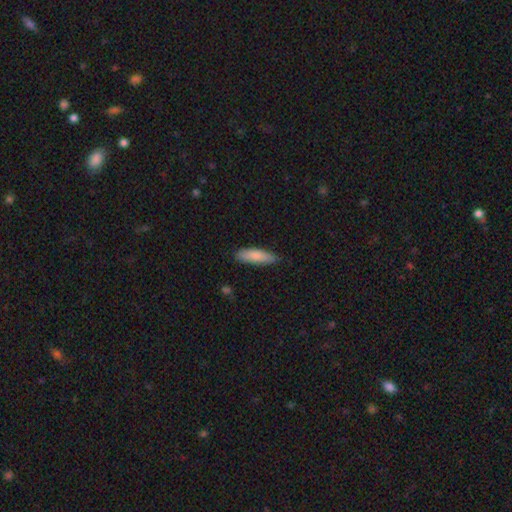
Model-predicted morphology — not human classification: smooth-or-featured: smooth: 84% | featured or disk: 11% | star or artifact: 6%
  how-rounded: cigar-shaped: 60% | in between: 39% | round: 2%
  merging: none: 83% | minor disturbance: 14% | major disturbance: 2% | merger: 1%